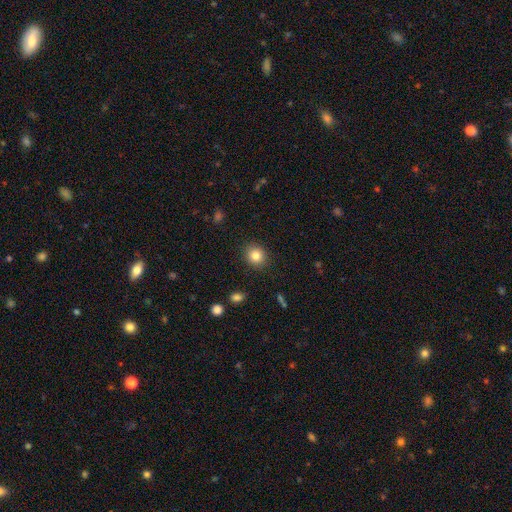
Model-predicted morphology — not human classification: A smooth galaxy with no disk features (83%) that is round (78%).

Vote fractions:
- Smooth or featured? smooth: 83% / star or artifact: 11% / featured or disk: 7%
- How rounded? round: 78% / in between: 21% / cigar-shaped: 1%
- Merging? none: 89% / minor disturbance: 7% / major disturbance: 2% / merger: 1%